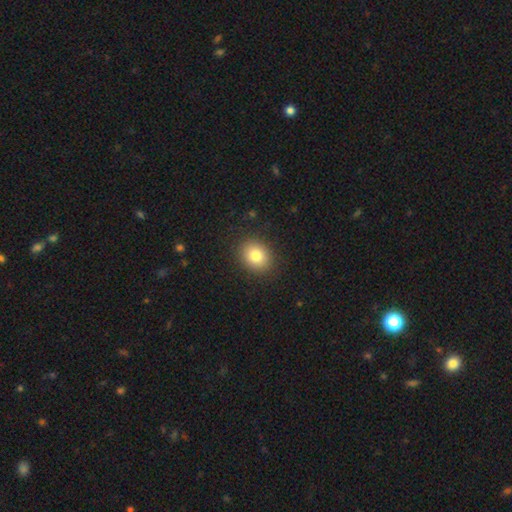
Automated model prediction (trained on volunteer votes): Overall: smooth (82%). How rounded: round (56%; in between 43%). Merging: none (89%).